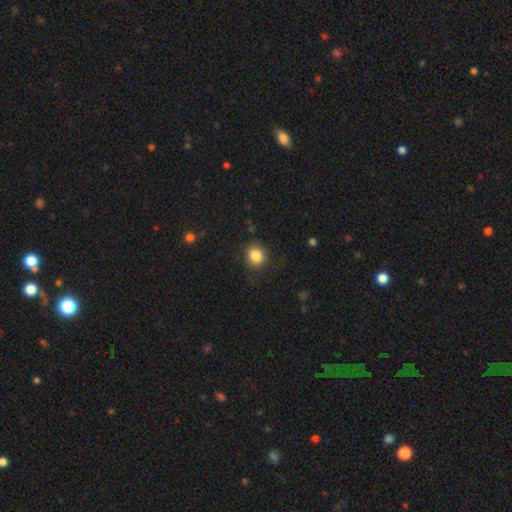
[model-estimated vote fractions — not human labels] smooth_or_featured: smooth (p=0.84) [alt: star or artifact p=0.10]
how_rounded: round (p=0.80) [alt: in between p=0.20]
merging: none (p=0.82) [alt: minor disturbance p=0.12]